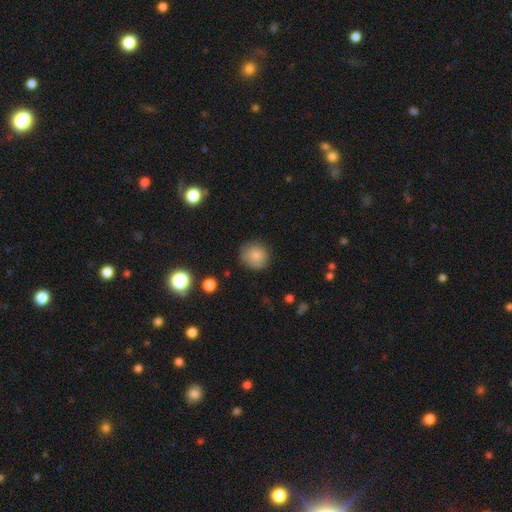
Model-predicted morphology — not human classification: This is clearly a smooth galaxy (83%). How rounded: clearly round (88%). Merging: likely none (77%).